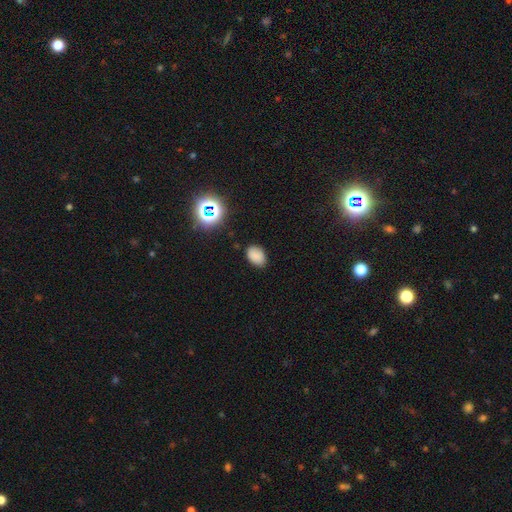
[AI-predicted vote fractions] The model was most divided on "smooth or featured": smooth: 80%, star or artifact: 15%, featured or disk: 5%. More confident: how rounded — in between (83%); merging — none (83%).